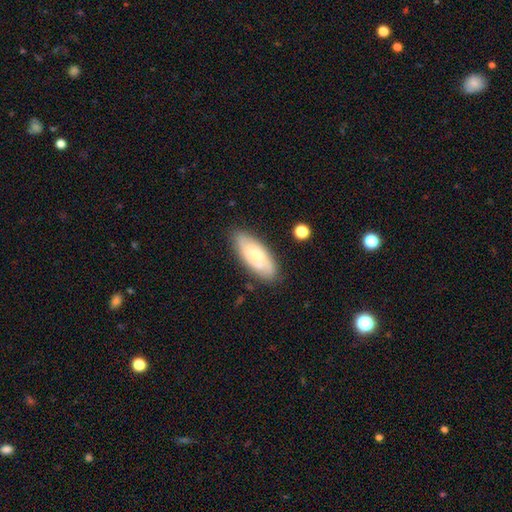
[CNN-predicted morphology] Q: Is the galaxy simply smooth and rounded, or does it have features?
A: smooth — 50%.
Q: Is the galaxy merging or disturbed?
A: none — 79%.